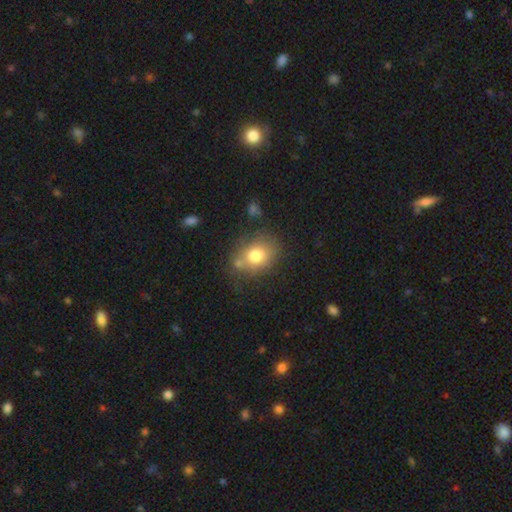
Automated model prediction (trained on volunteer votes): smooth-or-featured: smooth: 77% | featured or disk: 13% | star or artifact: 10%
  how-rounded: in between: 50% | round: 49% | cigar-shaped: 1%
  merging: none: 67% | minor disturbance: 18% | merger: 9% | major disturbance: 6%